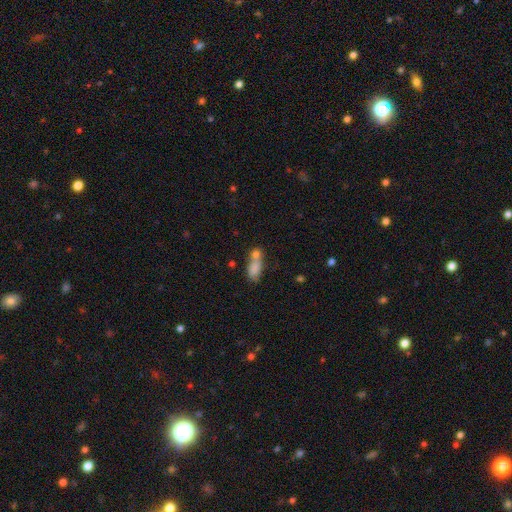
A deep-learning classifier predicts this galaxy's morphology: A smooth galaxy with no disk features (77%) that is in between round and cigar-shaped (74%).

Vote fractions:
- Smooth or featured? smooth: 77% / featured or disk: 12% / star or artifact: 11%
- How rounded? in between: 74% / round: 13% / cigar-shaped: 13%
- Merging? merger: 51% / none: 31% / minor disturbance: 12% / major disturbance: 7%